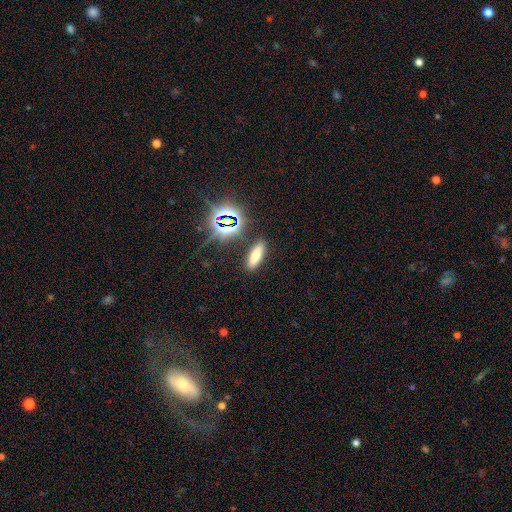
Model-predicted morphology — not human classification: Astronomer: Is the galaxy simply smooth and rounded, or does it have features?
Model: smooth — 58%.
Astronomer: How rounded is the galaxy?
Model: in between — 51% (runner-up: cigar-shaped, 43%).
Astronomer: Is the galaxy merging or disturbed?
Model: none — 88%.